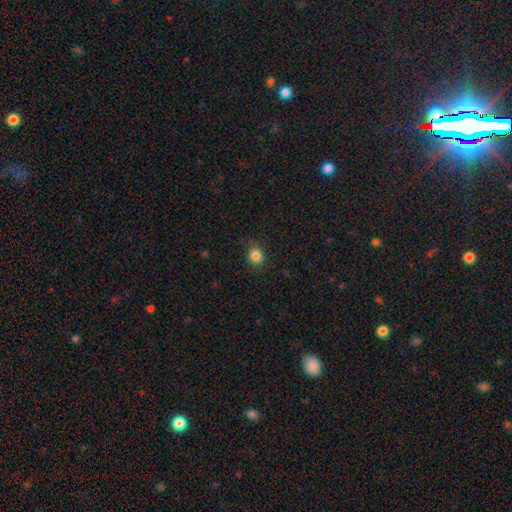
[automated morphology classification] smooth_or_featured: smooth (p=0.85) [alt: star or artifact p=0.11]
how_rounded: round (p=0.66) [alt: in between p=0.33]
merging: none (p=0.82) [alt: minor disturbance p=0.14]